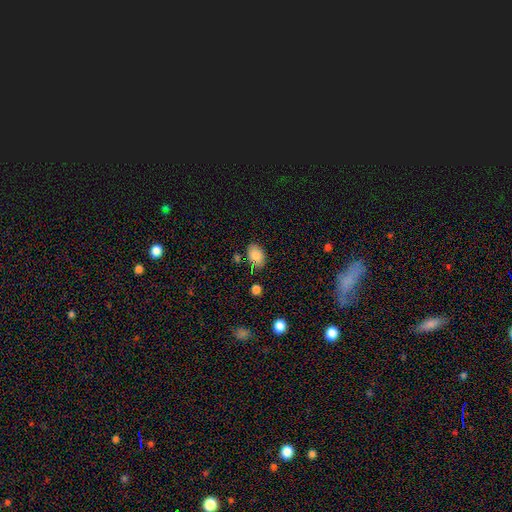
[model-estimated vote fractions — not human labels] Smooth or featured?
  - smooth: 84% *
  - star or artifact: 10%
  - featured or disk: 6%
How rounded?
  - in between: 83% *
  - round: 16%
  - cigar-shaped: 1%
Merging?
  - none: 73% *
  - minor disturbance: 18%
  - merger: 4%
  - major disturbance: 4%